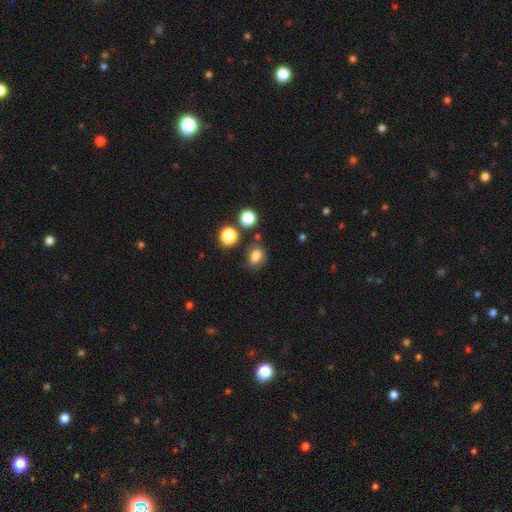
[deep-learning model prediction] Morphology: type=smooth (77%); roundness=in between (63%); merging=none (71%).